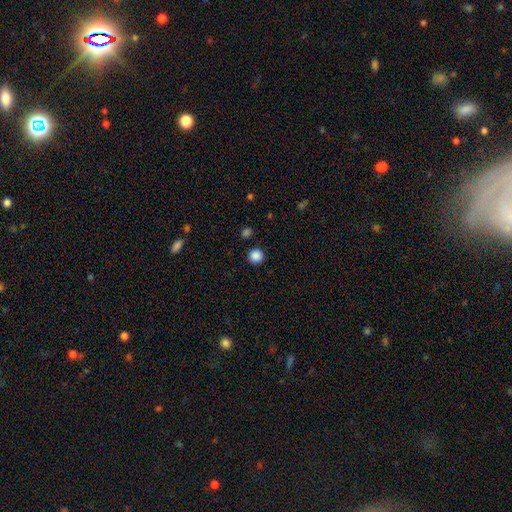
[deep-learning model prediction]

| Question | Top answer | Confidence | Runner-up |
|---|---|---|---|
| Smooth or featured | smooth | 87% | star or artifact (10%) |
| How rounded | round | 95% | in between (4%) |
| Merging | none | 92% | minor disturbance (5%) |